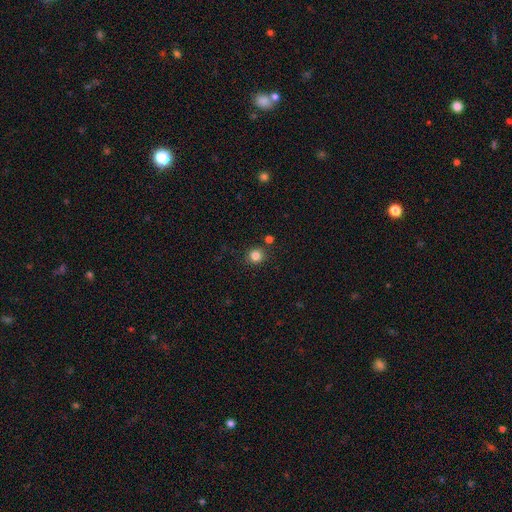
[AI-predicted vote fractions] Morphology: type=smooth (83%); roundness=round (90%); merging=none (86%).